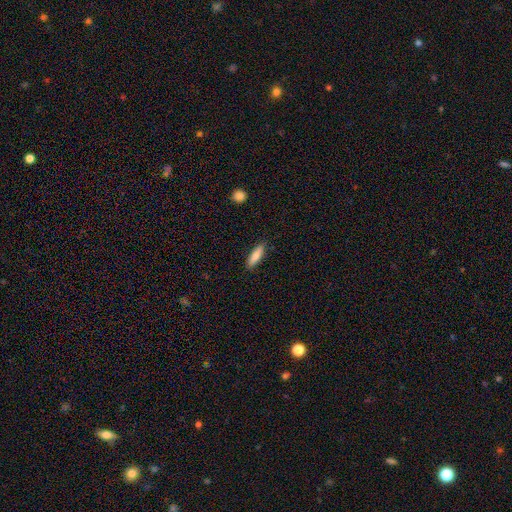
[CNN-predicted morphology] This appears to be a smooth galaxy with no disk features (80%) that is cigar-shaped (61%). Merging: none (88%).